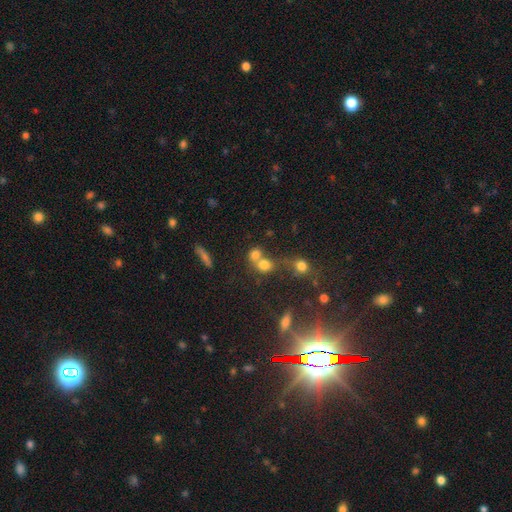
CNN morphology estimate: Smooth or featured? smooth (70%)
How rounded? round (75%)
Merging? merger (52%)